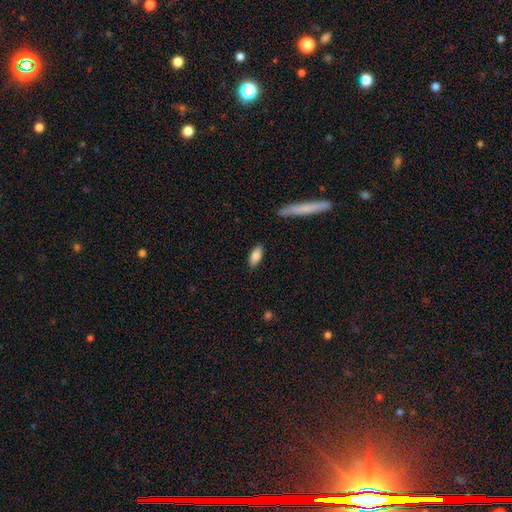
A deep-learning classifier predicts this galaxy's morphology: Smooth or featured? Predicted: smooth (p=0.80). How rounded? Predicted: in between (p=0.81). Merging? Predicted: none (p=0.86).